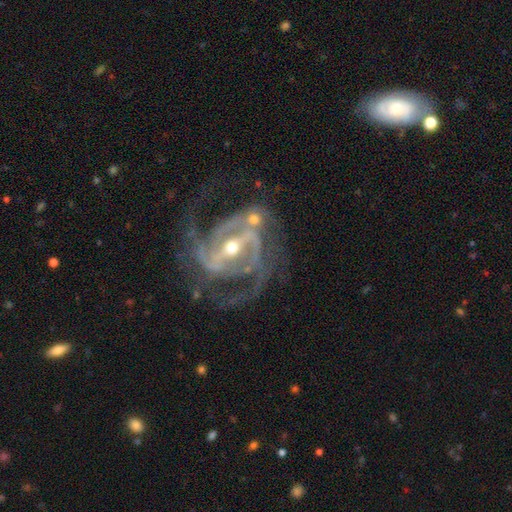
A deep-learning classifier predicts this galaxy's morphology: Smooth or featured?
  - featured or disk: 91% *
  - star or artifact: 6%
  - smooth: 3%
Edge-on disk?
  - no: 97% *
  - yes: 3%
Bar?
  - strong: 59% *
  - weak: 28%
  - no: 13%
Spiral arms?
  - yes: 97% *
  - no: 3%
Spiral winding?
  - medium: 47% *
  - tight: 41%
  - loose: 12%
Spiral arm count?
  - 2: 49% *
  - 3: 22%
  - can't tell: 11%
  - 4: 8%
  - 1: 5%
  - more than 4: 5%
Bulge size?
  - small: 52% *
  - moderate: 44%
  - large: 2%
  - none: 1%
  - dominant: 1%
Merging?
  - none: 61% *
  - major disturbance: 17%
  - minor disturbance: 17%
  - merger: 5%